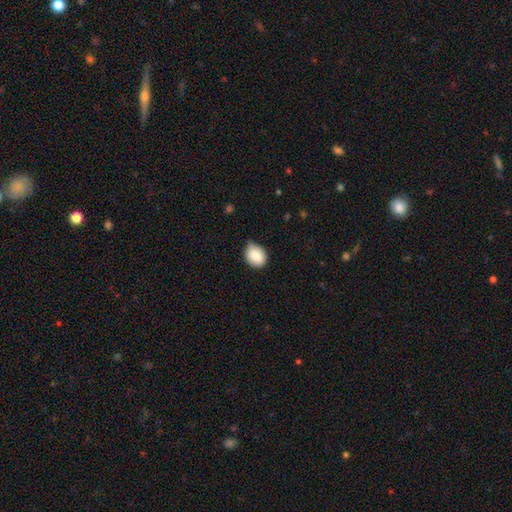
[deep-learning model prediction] smooth-or-featured: smooth: 83% | featured or disk: 9% | star or artifact: 8%
  how-rounded: round: 52% | in between: 47% | cigar-shaped: 1%
  merging: none: 62% | minor disturbance: 32% | major disturbance: 4% | merger: 2%